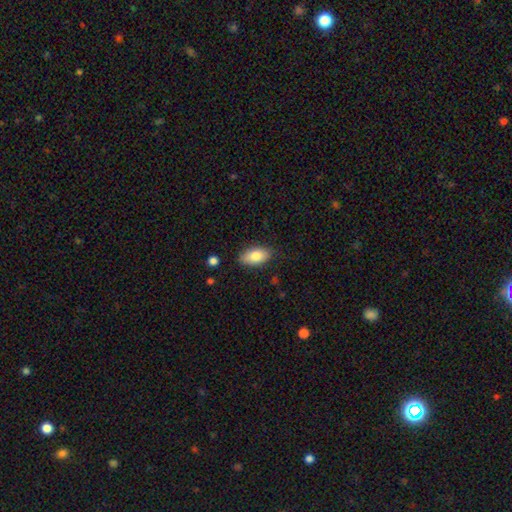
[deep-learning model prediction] Morphology: type=smooth (82%); roundness=in between (92%); merging=none (82%).